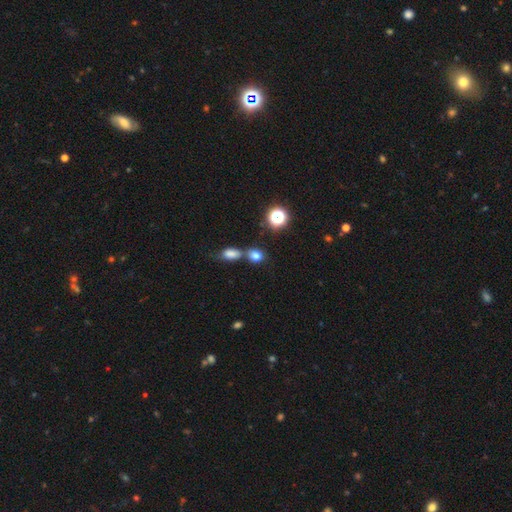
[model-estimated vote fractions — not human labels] Smooth or featured? smooth (77%)
How rounded? round (55%)
Merging? none (51%)